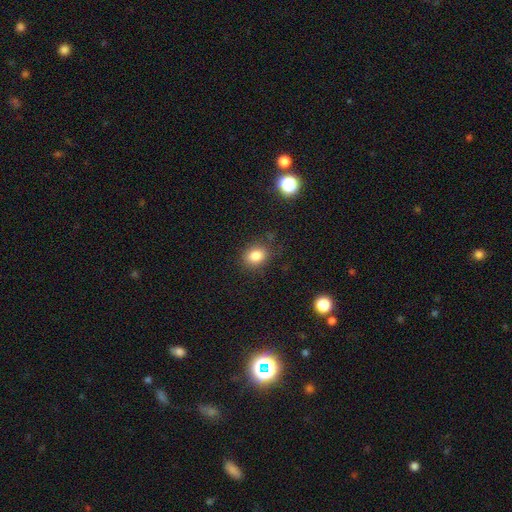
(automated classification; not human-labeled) A smooth galaxy with no disk features (82%) that is round (51%). Merging: none (81%).